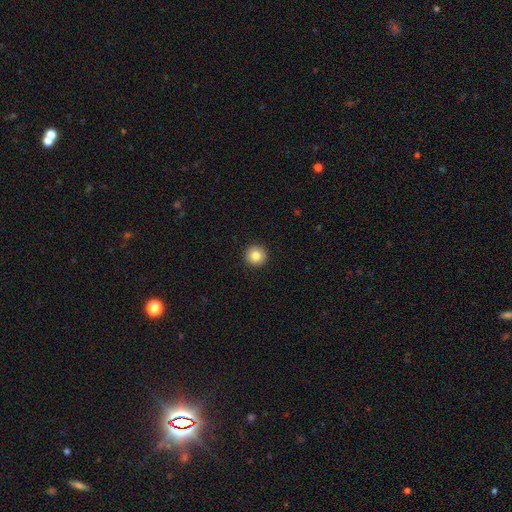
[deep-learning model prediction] Smooth or featured? smooth (83%)
How rounded? round (96%)
Merging? none (93%)